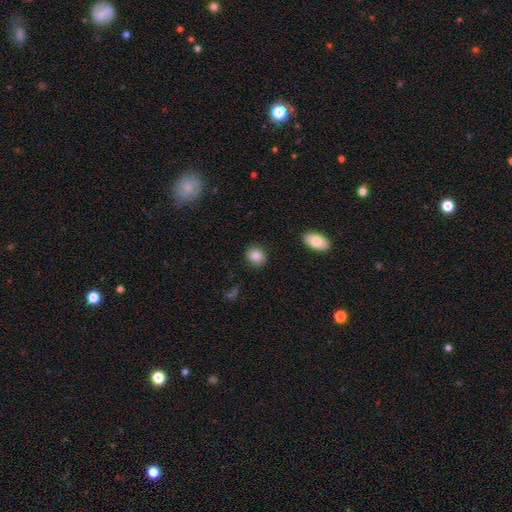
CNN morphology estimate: A smooth galaxy with no disk features (86%) that is round (70%). Merging: none (88%).